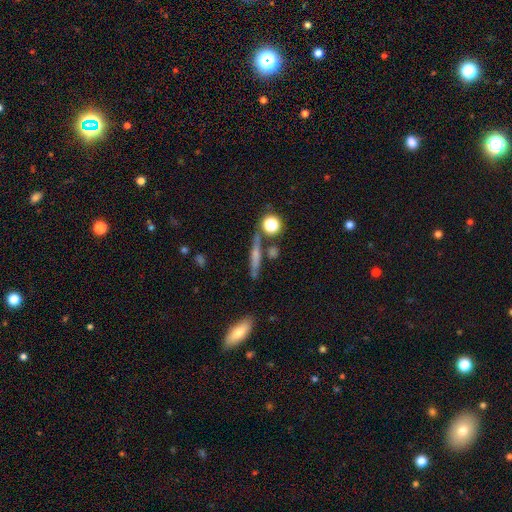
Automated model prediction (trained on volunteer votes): smooth_or_featured: smooth (p=0.49) [alt: featured or disk p=0.40]
merging: none (p=0.74) [alt: minor disturbance p=0.12]